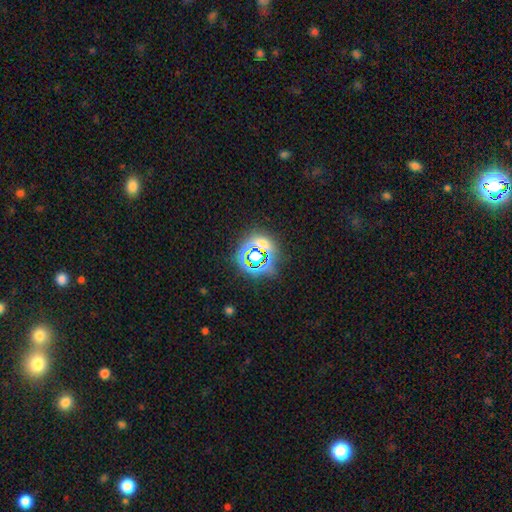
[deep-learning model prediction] Smooth or featured? Predicted: star or artifact (p=0.63).